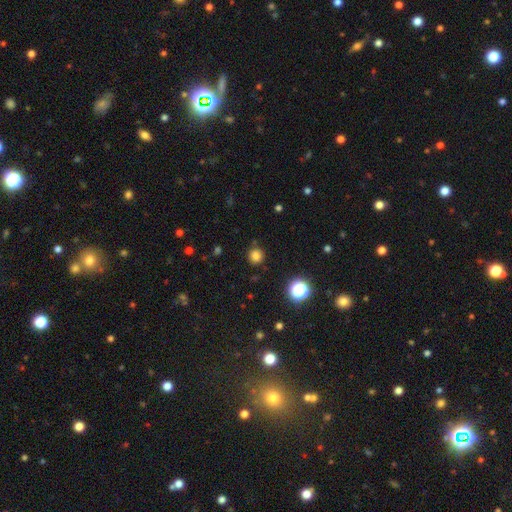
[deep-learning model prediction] This is likely a smooth galaxy (79%). How rounded: clearly round (92%). Merging: clearly none (87%).